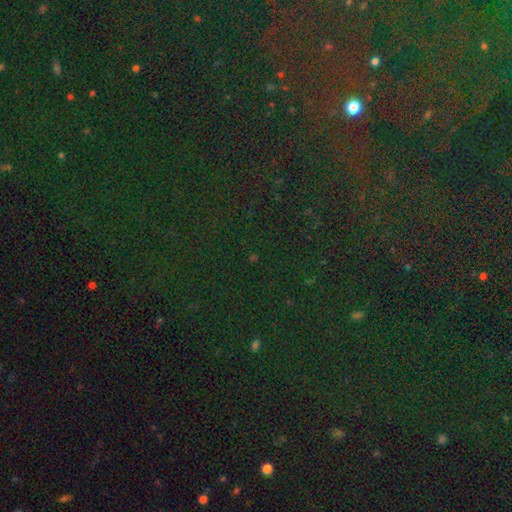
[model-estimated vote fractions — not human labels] A star or artifact, not a galaxy (83%).

Vote fractions:
- Smooth or featured? star or artifact: 83% / smooth: 9% / featured or disk: 8%